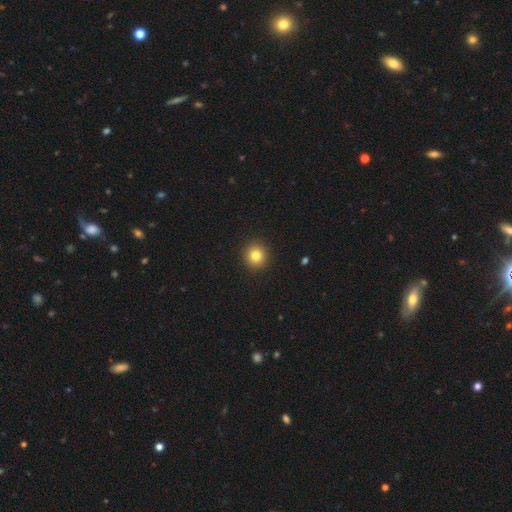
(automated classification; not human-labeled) Smooth or featured? smooth (81%)
How rounded? round (92%)
Merging? none (93%)